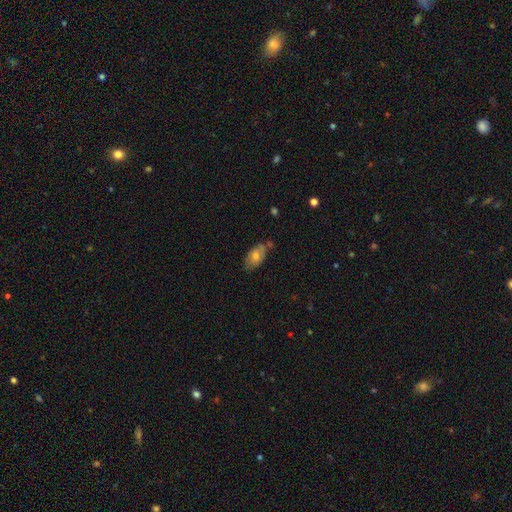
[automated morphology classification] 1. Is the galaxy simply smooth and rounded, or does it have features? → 62% smooth, 30% featured or disk, 8% star or artifact.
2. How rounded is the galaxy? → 91% in between, 5% round, 4% cigar-shaped.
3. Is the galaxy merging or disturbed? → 63% none, 24% minor disturbance, 8% merger, 5% major disturbance.